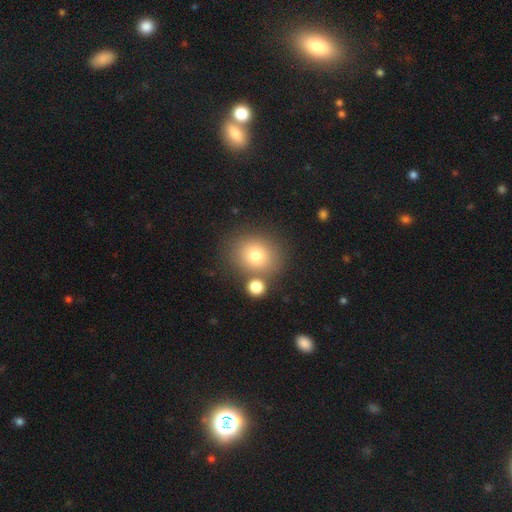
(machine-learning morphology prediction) smooth-or-featured: smooth: 76% | star or artifact: 12% | featured or disk: 11%
  how-rounded: round: 73% | in between: 26% | cigar-shaped: 1%
  merging: none: 72% | merger: 13% | minor disturbance: 11% | major disturbance: 4%